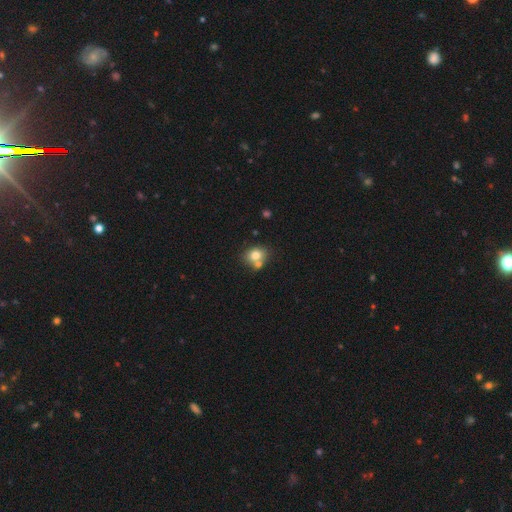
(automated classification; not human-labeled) This is likely a smooth galaxy (76%). How rounded: likely round (61%). Merging: possibly none (53%).